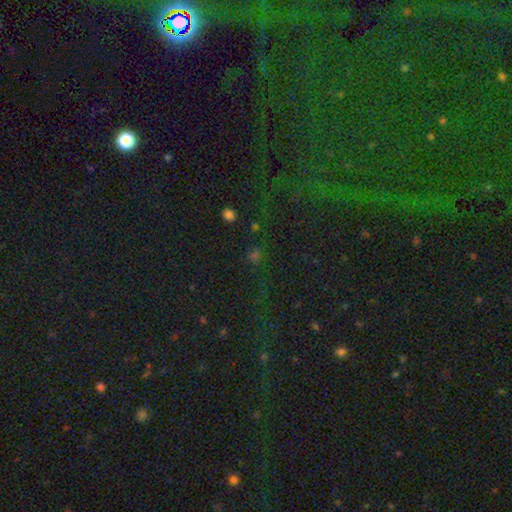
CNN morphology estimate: Smooth or featured: star or artifact — 63% (smooth — 29%)